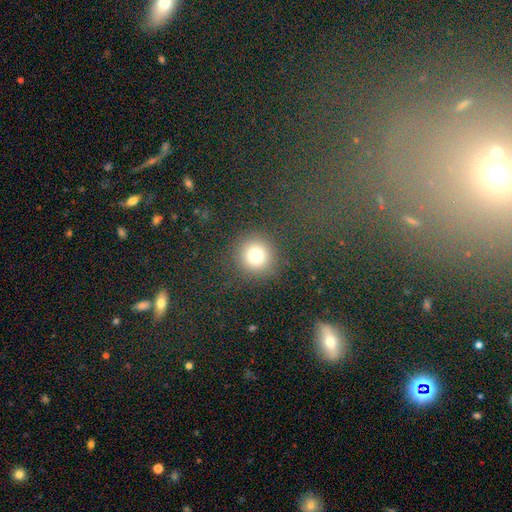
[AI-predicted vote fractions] Smooth or featured? Predicted: smooth (p=0.78). How rounded? Predicted: round (p=0.92). Merging? Predicted: none (p=0.87).